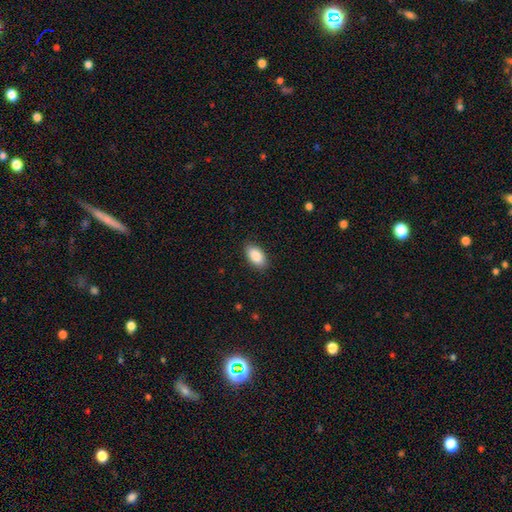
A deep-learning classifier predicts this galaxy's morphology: A smooth galaxy with no disk features (88%) that is in between round and cigar-shaped (94%).

Vote fractions:
- Smooth or featured? smooth: 88% / star or artifact: 6% / featured or disk: 5%
- How rounded? in between: 94% / round: 4% / cigar-shaped: 3%
- Merging? none: 87% / minor disturbance: 9% / major disturbance: 2% / merger: 1%